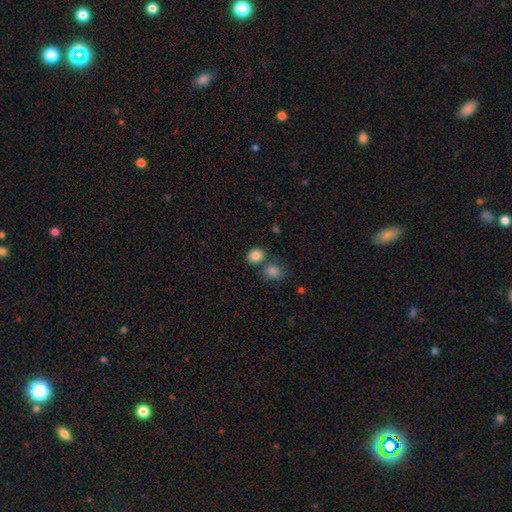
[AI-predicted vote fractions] Smooth or featured? Predicted: smooth (p=0.85). How rounded? Predicted: round (p=0.71). Merging? Predicted: none (p=0.66).